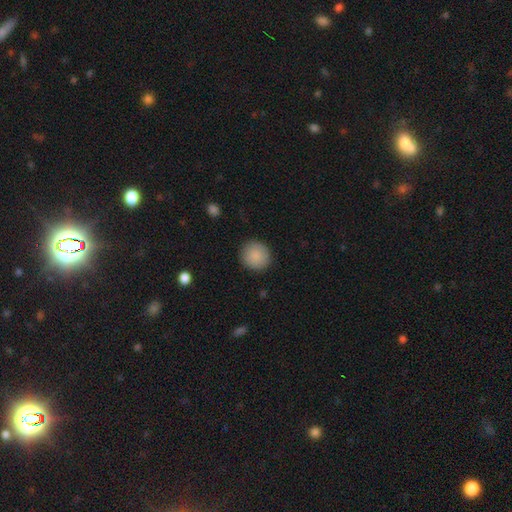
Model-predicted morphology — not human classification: Smooth or featured? Predicted: smooth (p=0.88). How rounded? Predicted: round (p=0.91). Merging? Predicted: none (p=0.90).